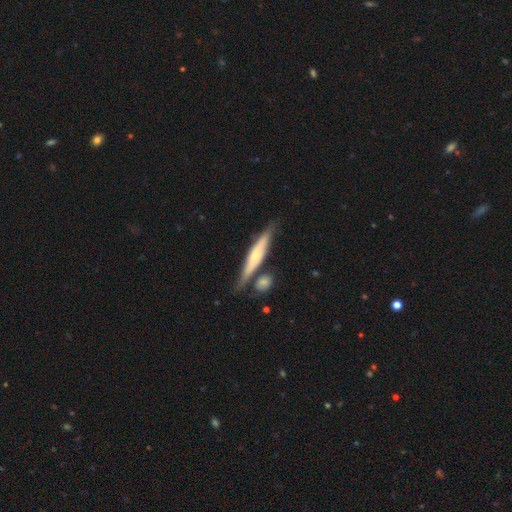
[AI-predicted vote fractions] This is possibly a featured or disk galaxy (55%). It is clearly viewed edge-on (90%). Merging: likely none (72%).